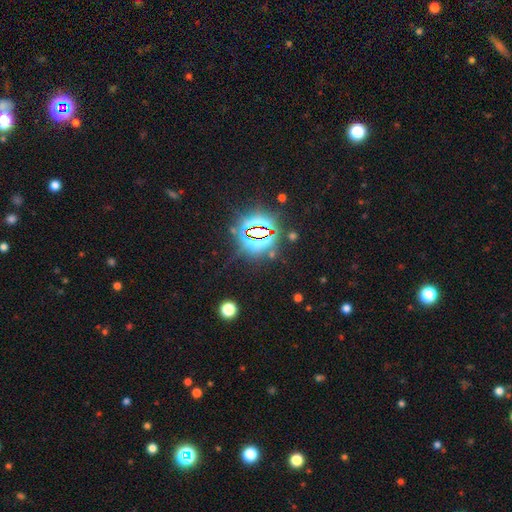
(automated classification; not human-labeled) This appears to be a star or artifact, not a galaxy (83%).